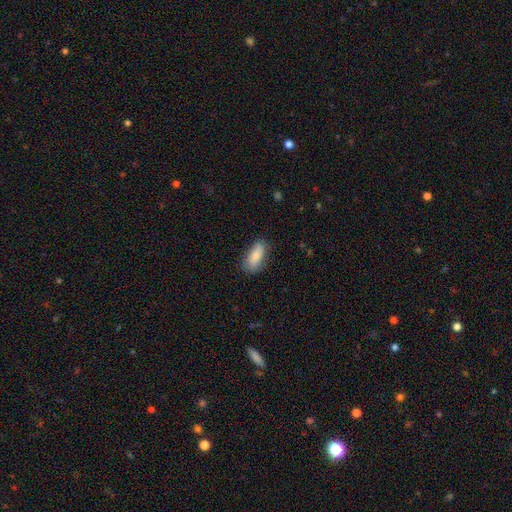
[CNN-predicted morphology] smooth-or-featured: smooth: 82% | featured or disk: 11% | star or artifact: 7%
  how-rounded: in between: 85% | cigar-shaped: 12% | round: 3%
  merging: none: 77% | minor disturbance: 18% | major disturbance: 4% | merger: 1%